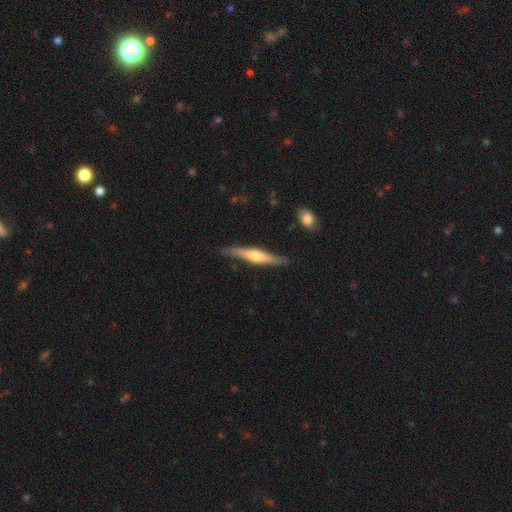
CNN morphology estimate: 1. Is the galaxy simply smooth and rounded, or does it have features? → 63% featured or disk, 32% smooth, 5% star or artifact.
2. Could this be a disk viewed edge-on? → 96% yes, 4% no.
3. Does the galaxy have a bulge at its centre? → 89% rounded, 5% none, 5% boxy.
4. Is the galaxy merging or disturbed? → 86% none, 10% minor disturbance, 2% major disturbance, 2% merger.